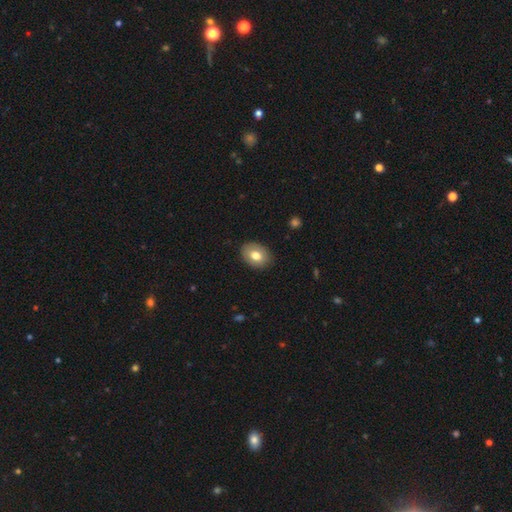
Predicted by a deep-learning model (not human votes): Smooth or featured? smooth (76%)
How rounded? in between (70%)
Merging? none (87%)